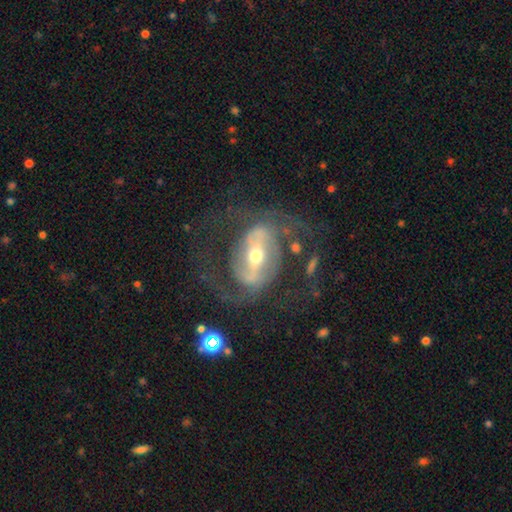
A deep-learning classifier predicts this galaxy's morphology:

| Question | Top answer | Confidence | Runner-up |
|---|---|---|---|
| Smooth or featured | featured or disk | 86% | smooth (8%) |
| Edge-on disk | no | 95% | yes (5%) |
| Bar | strong | 57% | weak (29%) |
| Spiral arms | yes | 87% | no (13%) |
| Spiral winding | medium | 52% | loose (26%) |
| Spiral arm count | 2 | 81% | can't tell (10%) |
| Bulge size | moderate | 51% | small (43%) |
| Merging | none | 61% | major disturbance (22%) |